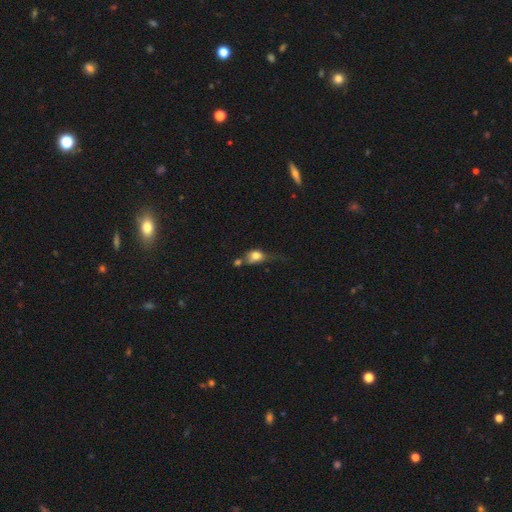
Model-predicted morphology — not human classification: smooth-or-featured: smooth: 70% | featured or disk: 19% | star or artifact: 11%
  how-rounded: in between: 52% | round: 42% | cigar-shaped: 5%
  merging: none: 27% | merger: 26% | minor disturbance: 25% | major disturbance: 23%